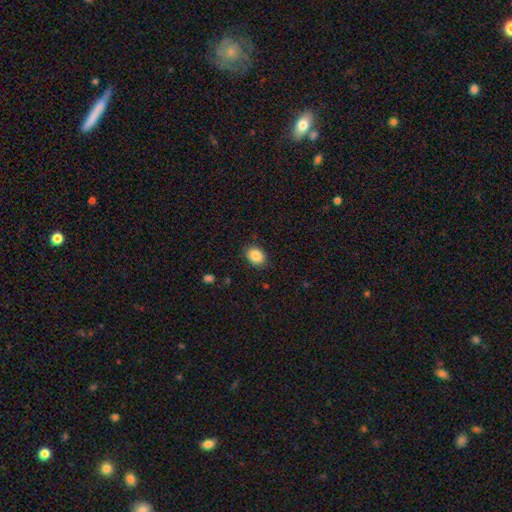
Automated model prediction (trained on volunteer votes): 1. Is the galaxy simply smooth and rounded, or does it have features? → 88% smooth, 8% star or artifact, 4% featured or disk.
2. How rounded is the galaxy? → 68% in between, 31% round, 1% cigar-shaped.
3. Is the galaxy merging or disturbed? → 86% none, 10% minor disturbance, 3% major disturbance, 1% merger.